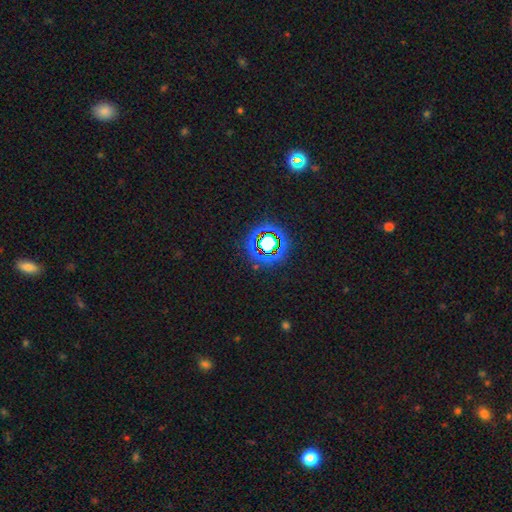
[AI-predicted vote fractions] smooth-or-featured: star or artifact: 70% | smooth: 19% | featured or disk: 11%